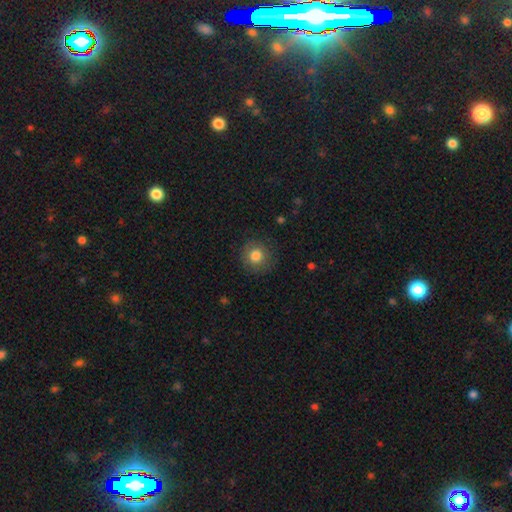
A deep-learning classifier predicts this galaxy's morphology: type=smooth (81%); roundness=round (93%); merging=none (87%).